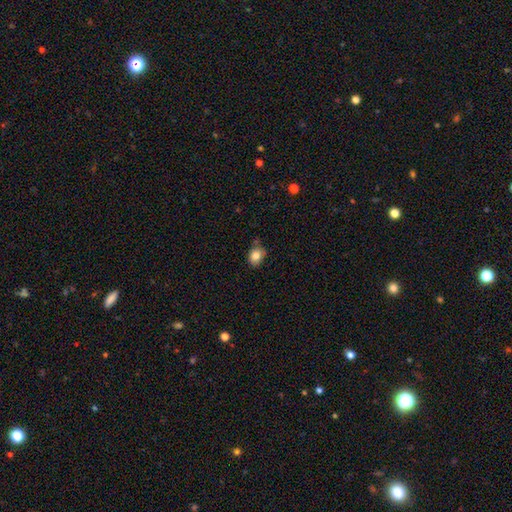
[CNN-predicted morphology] Smooth or featured? Predicted: smooth (p=0.84). How rounded? Predicted: in between (p=0.56). Merging? Predicted: none (p=0.70).